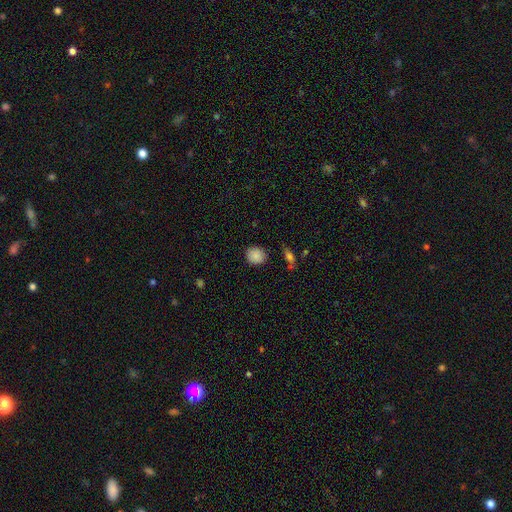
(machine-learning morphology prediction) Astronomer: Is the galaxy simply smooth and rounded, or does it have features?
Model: smooth — 87%.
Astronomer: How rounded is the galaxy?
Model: round — 80%.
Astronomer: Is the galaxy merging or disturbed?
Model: none — 84%.